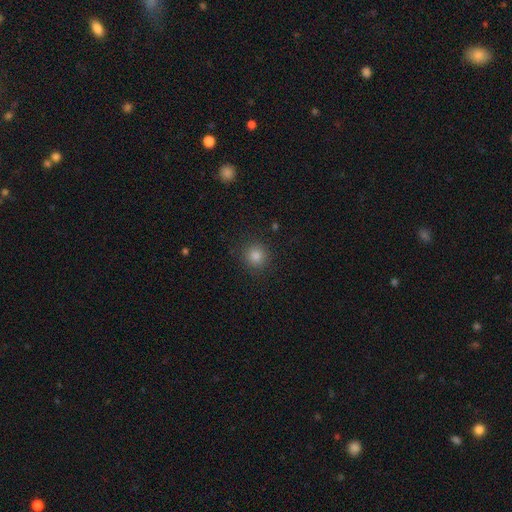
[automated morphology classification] This is clearly a smooth galaxy (82%). How rounded: clearly round (92%). Merging: clearly none (90%).